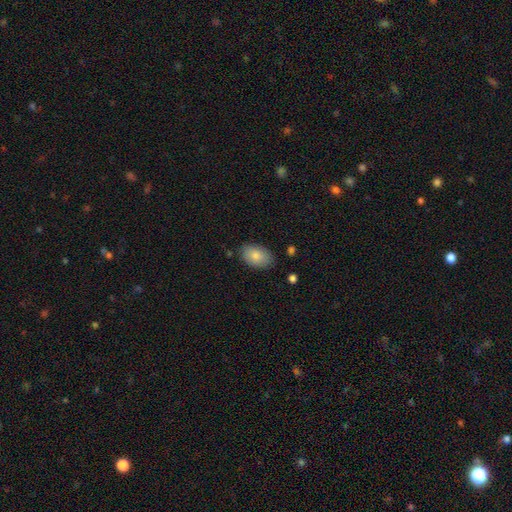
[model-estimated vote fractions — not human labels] Q: Smooth or featured?
A: smooth (84%); runner-up: featured or disk (9%)
Q: How rounded?
A: in between (89%); runner-up: round (10%)
Q: Merging?
A: none (82%); runner-up: minor disturbance (14%)